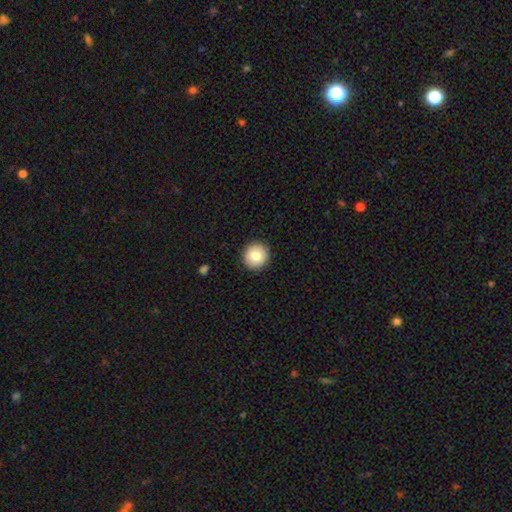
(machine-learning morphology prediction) A smooth galaxy with no disk features (79%) that is round (94%).

Vote fractions:
- Smooth or featured? smooth: 79% / featured or disk: 13% / star or artifact: 8%
- How rounded? round: 94% / in between: 5% / cigar-shaped: 1%
- Merging? none: 92% / minor disturbance: 6% / major disturbance: 2% / merger: 1%